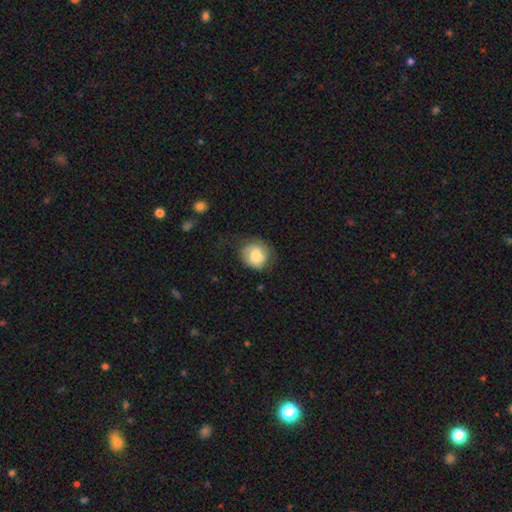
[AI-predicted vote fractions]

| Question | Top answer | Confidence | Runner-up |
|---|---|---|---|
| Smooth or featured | smooth | 68% | featured or disk (24%) |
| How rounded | round | 78% | in between (21%) |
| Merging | none | 63% | minor disturbance (25%) |